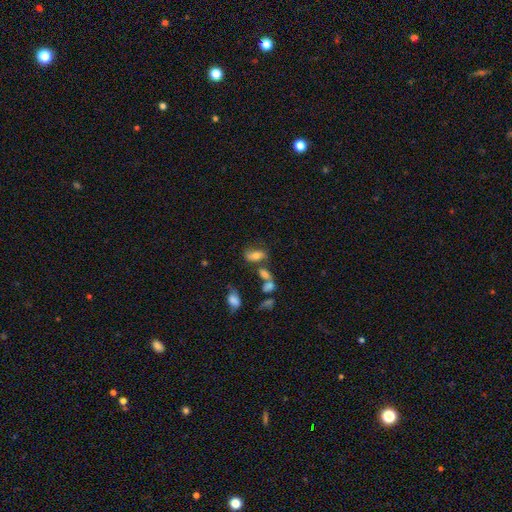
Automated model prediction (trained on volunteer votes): smooth 64%, featured or disk 24%, star or artifact 13%. Down the decision tree: how rounded — in between (83%); merging — none (48%).